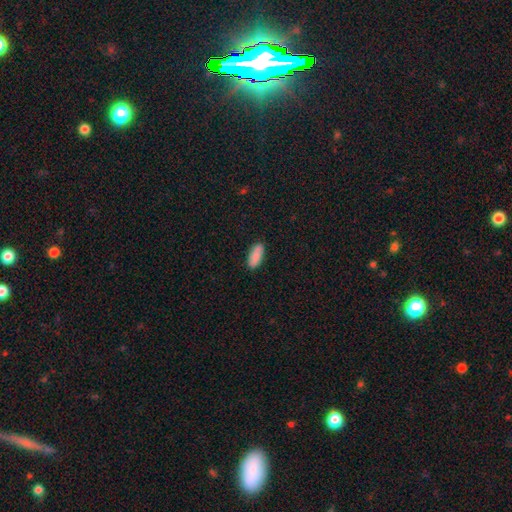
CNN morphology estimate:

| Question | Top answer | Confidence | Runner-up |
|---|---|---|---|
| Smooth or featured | smooth | 87% | featured or disk (7%) |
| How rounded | in between | 78% | cigar-shaped (20%) |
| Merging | none | 88% | minor disturbance (9%) |